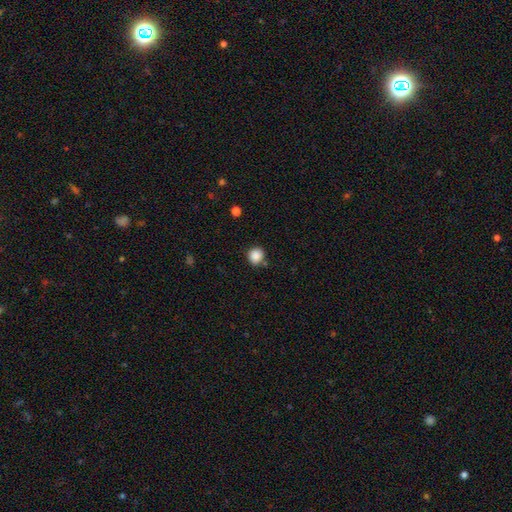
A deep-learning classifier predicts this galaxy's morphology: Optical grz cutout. It shows a smooth galaxy with no disk features (87%) that is round (90%). Merging: none (79%).